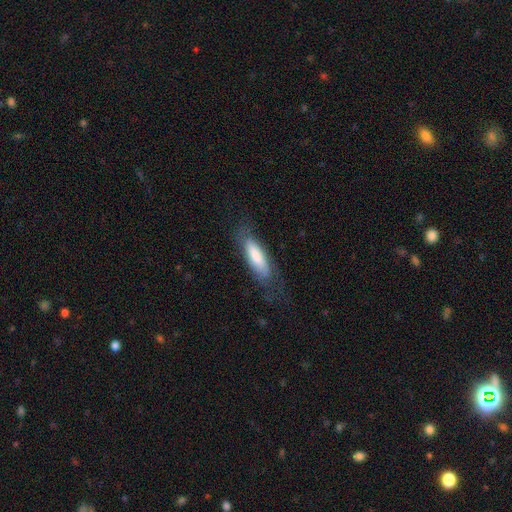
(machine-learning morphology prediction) Overall: smooth (63%; featured or disk 29%). How rounded: cigar-shaped (55%; in between 43%). Merging: none (67%).